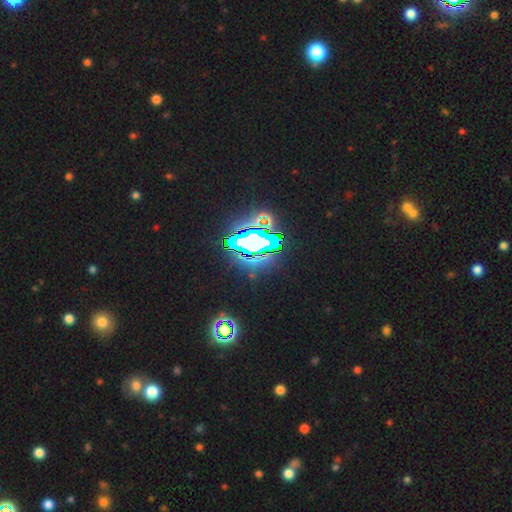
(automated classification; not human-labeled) This appears to be a star or artifact, not a galaxy (83%).